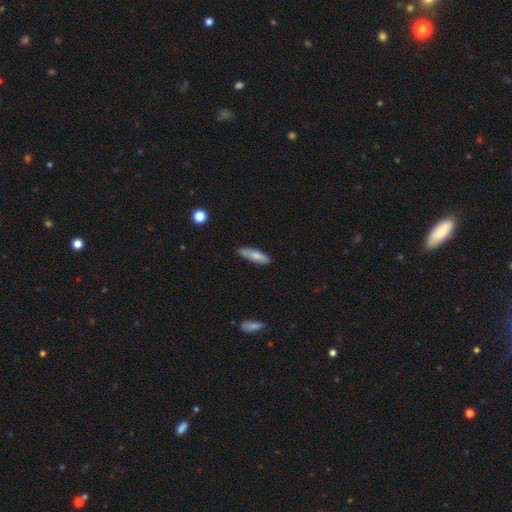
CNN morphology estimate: Smooth or featured? smooth (76%)
How rounded? cigar-shaped (58%)
Merging? none (82%)